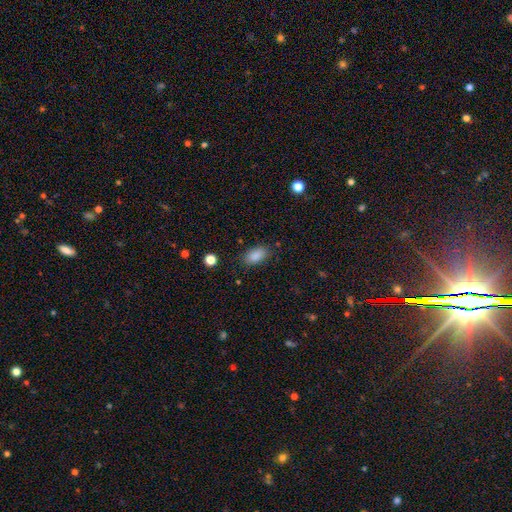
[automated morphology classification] A smooth galaxy with no disk features (87%) that is in between round and cigar-shaped (92%).

Vote fractions:
- Smooth or featured? smooth: 87% / star or artifact: 8% / featured or disk: 5%
- How rounded? in between: 92% / round: 6% / cigar-shaped: 2%
- Merging? none: 83% / minor disturbance: 12% / major disturbance: 3% / merger: 2%